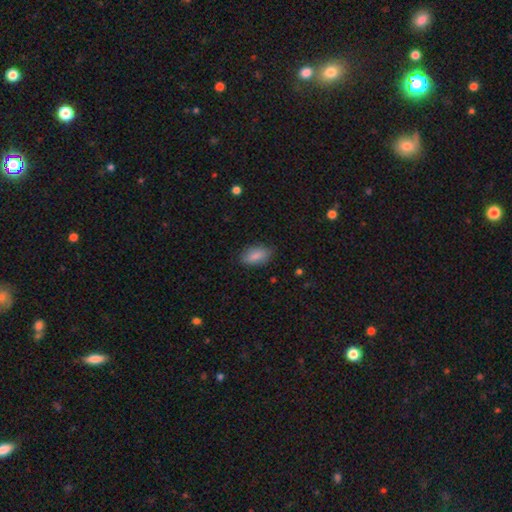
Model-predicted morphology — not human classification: Smooth or featured? Predicted: smooth (p=0.86). How rounded? Predicted: in between (p=0.91). Merging? Predicted: none (p=0.80).